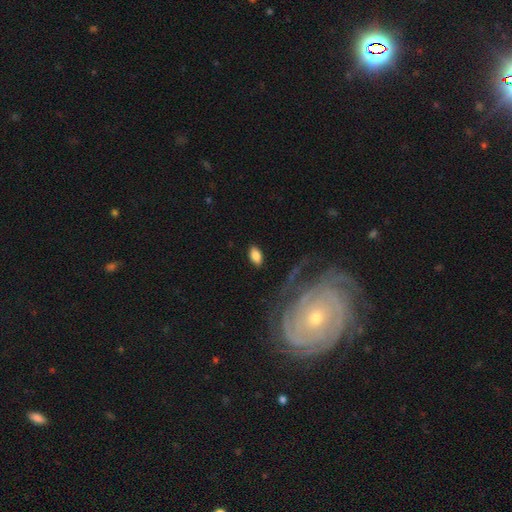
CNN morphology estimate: Smooth or featured?
  - smooth: 81% *
  - featured or disk: 12%
  - star or artifact: 8%
How rounded?
  - in between: 92% *
  - round: 4%
  - cigar-shaped: 4%
Merging?
  - none: 85% *
  - minor disturbance: 10%
  - major disturbance: 3%
  - merger: 2%